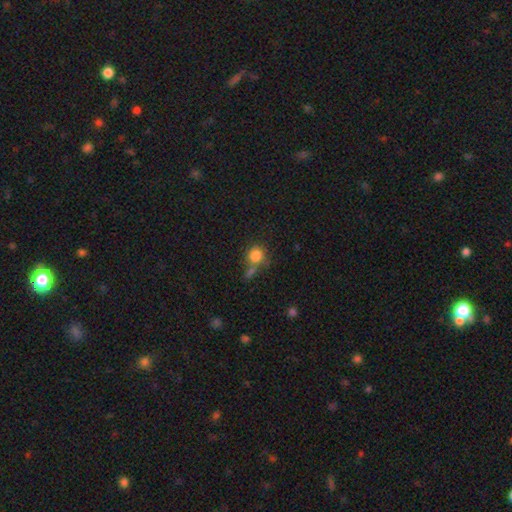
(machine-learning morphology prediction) smooth-or-featured: smooth: 83% | star or artifact: 11% | featured or disk: 7%
  how-rounded: round: 84% | in between: 14% | cigar-shaped: 1%
  merging: none: 53% | merger: 26% | minor disturbance: 14% | major disturbance: 7%